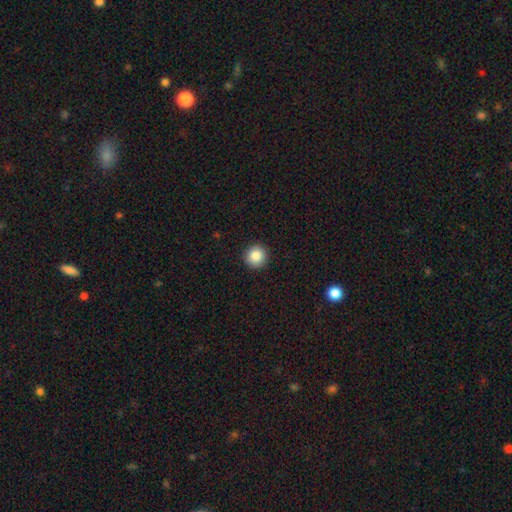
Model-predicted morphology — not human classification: Smooth or featured? Predicted: smooth (p=0.86). How rounded? Predicted: round (p=0.94). Merging? Predicted: none (p=0.92).